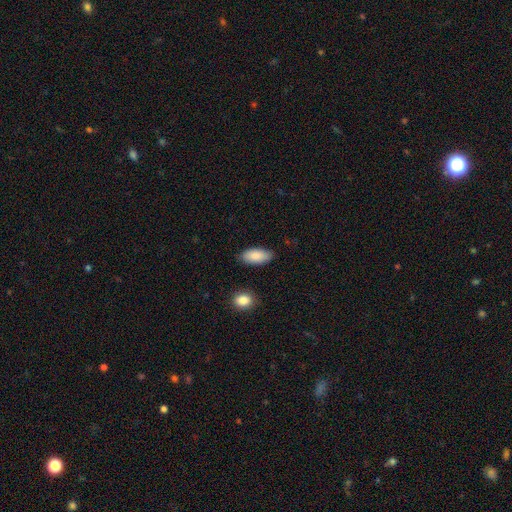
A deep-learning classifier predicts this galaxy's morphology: A smooth galaxy with no disk features (88%) that is in between round and cigar-shaped (90%).

Vote fractions:
- Smooth or featured? smooth: 88% / featured or disk: 6% / star or artifact: 6%
- How rounded? in between: 90% / cigar-shaped: 8% / round: 2%
- Merging? none: 84% / minor disturbance: 12% / major disturbance: 2% / merger: 2%